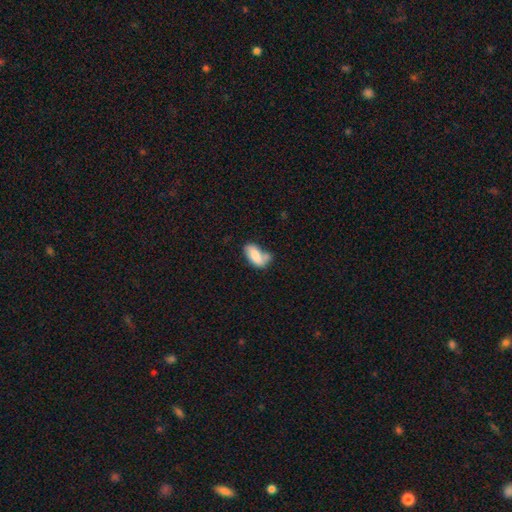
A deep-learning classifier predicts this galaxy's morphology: A smooth galaxy with no disk features (72%) that is in between round and cigar-shaped (88%).

Vote fractions:
- Smooth or featured? smooth: 72% / featured or disk: 20% / star or artifact: 8%
- How rounded? in between: 88% / cigar-shaped: 8% / round: 4%
- Merging? none: 36% / minor disturbance: 27% / merger: 24% / major disturbance: 13%